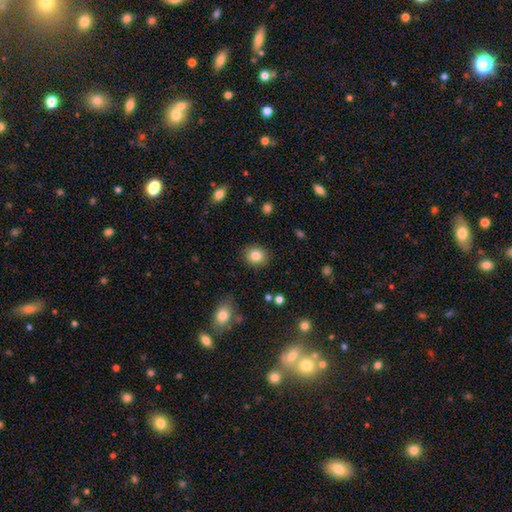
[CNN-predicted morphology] This is clearly a smooth galaxy (84%). How rounded: likely round (76%). Merging: clearly none (88%).